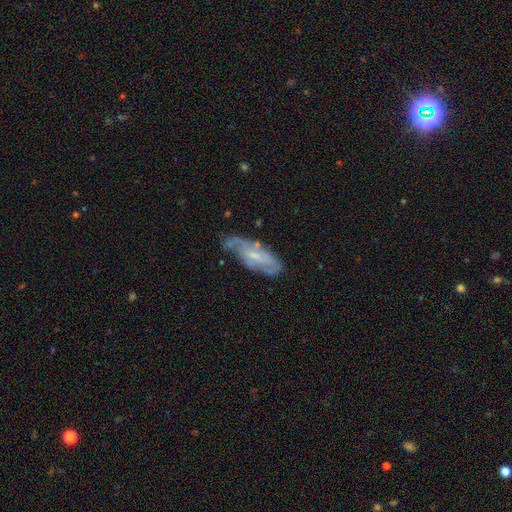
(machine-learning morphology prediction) featured or disk 65%, smooth 28%, star or artifact 7%. Down the decision tree: edge-on disk — no (86%); bar — no (44%); spiral arms — yes (75%); bulge size — small (61%); merging — none (52%).